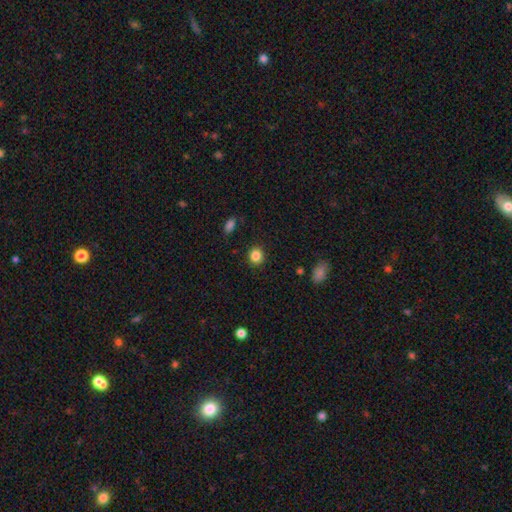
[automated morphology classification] Overall: smooth (85%). How rounded: round (81%). Merging: none (89%).